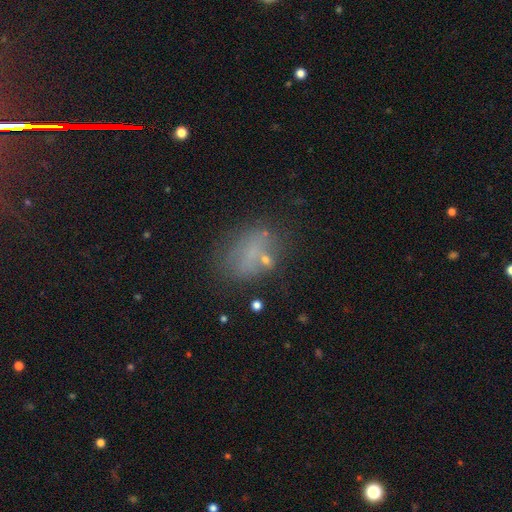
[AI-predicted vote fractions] This appears to be a smooth galaxy with no disk features (52%) that is in between round and cigar-shaped (73%). Merging: none (55%).